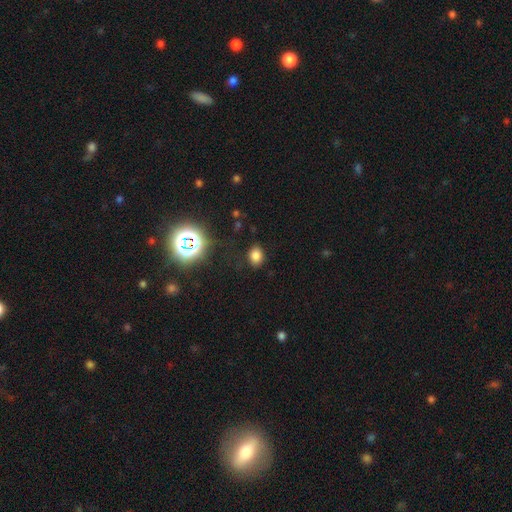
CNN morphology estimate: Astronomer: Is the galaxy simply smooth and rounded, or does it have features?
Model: smooth — 75%.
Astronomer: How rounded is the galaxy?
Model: in between — 62%.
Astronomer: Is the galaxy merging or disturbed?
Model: none — 83%.